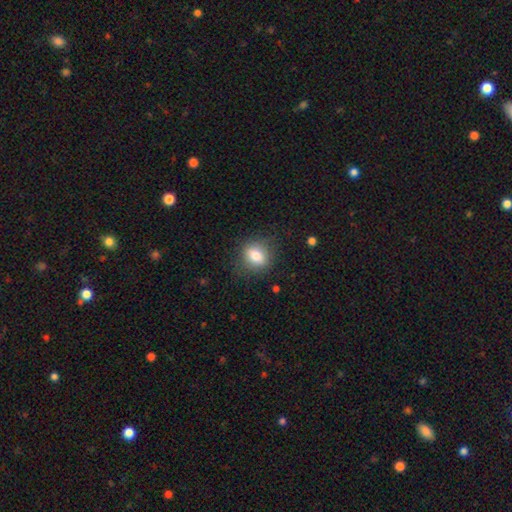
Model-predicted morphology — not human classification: Smooth or featured? Predicted: smooth (p=0.77). How rounded? Predicted: round (p=0.64). Merging? Predicted: none (p=0.83).